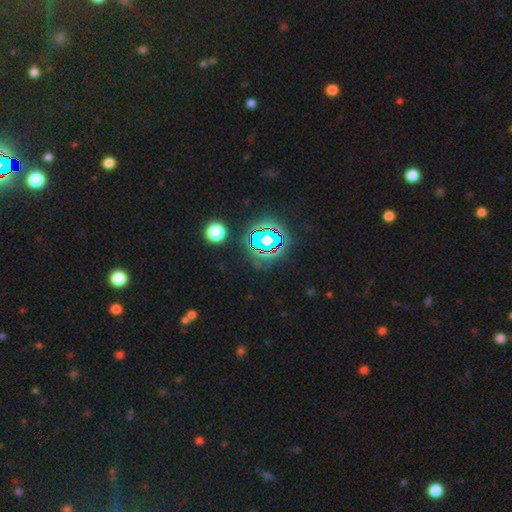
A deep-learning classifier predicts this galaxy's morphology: Smooth or featured: star or artifact — 81% (smooth — 12%)